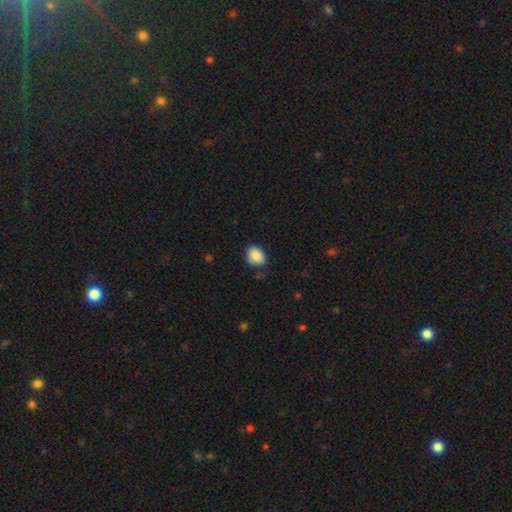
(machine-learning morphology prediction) Smooth or featured? smooth (88%)
How rounded? in between (59%)
Merging? none (77%)